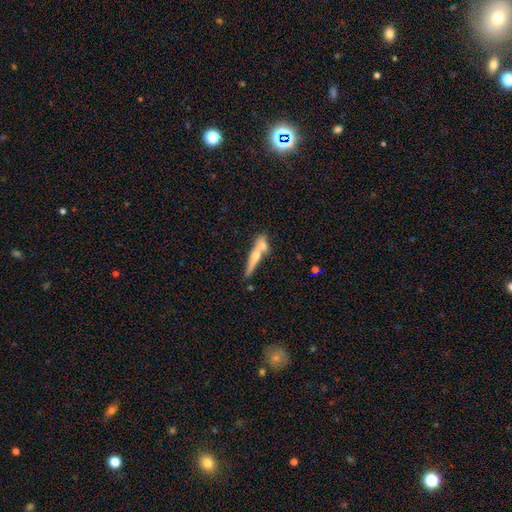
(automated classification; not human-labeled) smooth-or-featured: featured or disk: 56% | smooth: 37% | star or artifact: 7%
  disk-edge-on: yes: 91% | no: 9%
    edge-on-bulge: rounded: 78% | none: 15% | boxy: 7%
  merging: none: 54% | merger: 29% | minor disturbance: 13% | major disturbance: 5%